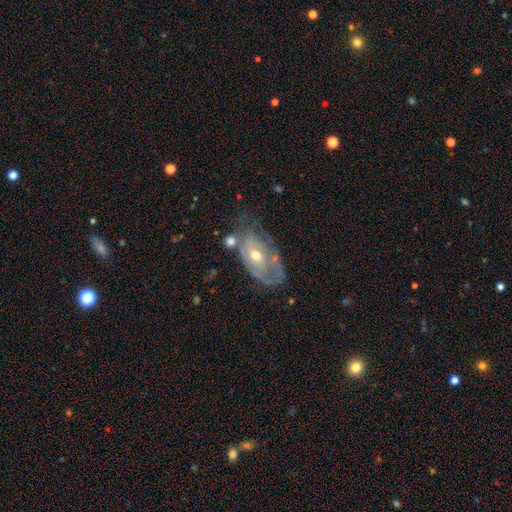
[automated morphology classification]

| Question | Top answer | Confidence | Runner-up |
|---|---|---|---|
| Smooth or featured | featured or disk | 71% | smooth (21%) |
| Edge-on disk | no | 92% | yes (8%) |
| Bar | no | 76% | weak (19%) |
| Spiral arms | yes | 61% | no (39%) |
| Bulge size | moderate | 54% | small (42%) |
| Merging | none | 48% | minor disturbance (26%) |